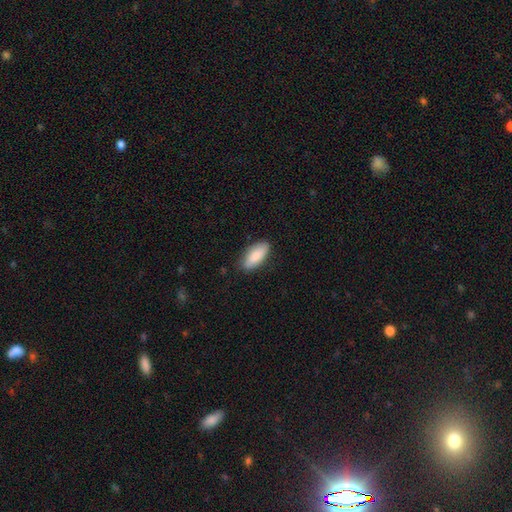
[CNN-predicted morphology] smooth_or_featured: smooth (p=0.85) [alt: featured or disk p=0.09]
how_rounded: in between (p=0.83) [alt: cigar-shaped p=0.15]
merging: none (p=0.82) [alt: minor disturbance p=0.14]